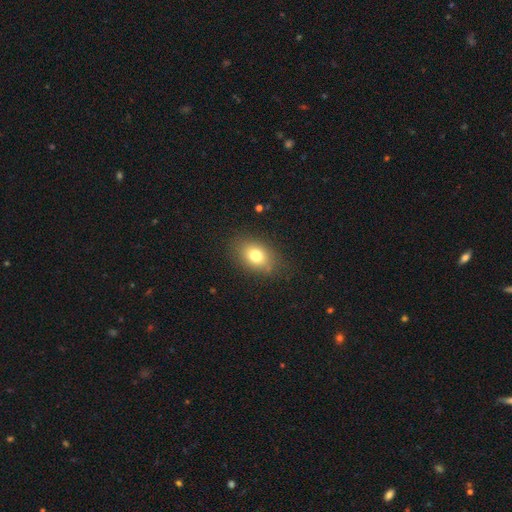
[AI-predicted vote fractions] smooth-or-featured: smooth: 75% | featured or disk: 13% | star or artifact: 11%
  how-rounded: in between: 73% | round: 26% | cigar-shaped: 1%
  merging: none: 81% | minor disturbance: 13% | major disturbance: 4% | merger: 1%